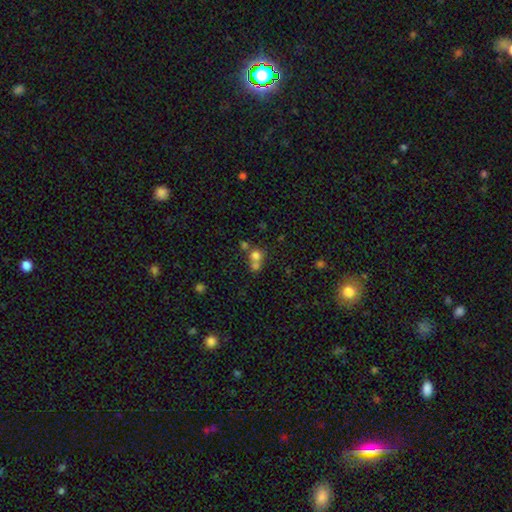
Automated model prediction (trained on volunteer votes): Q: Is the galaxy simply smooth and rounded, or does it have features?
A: smooth — 71%.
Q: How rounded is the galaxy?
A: round — 86%.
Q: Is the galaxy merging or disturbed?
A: merger — 51%.